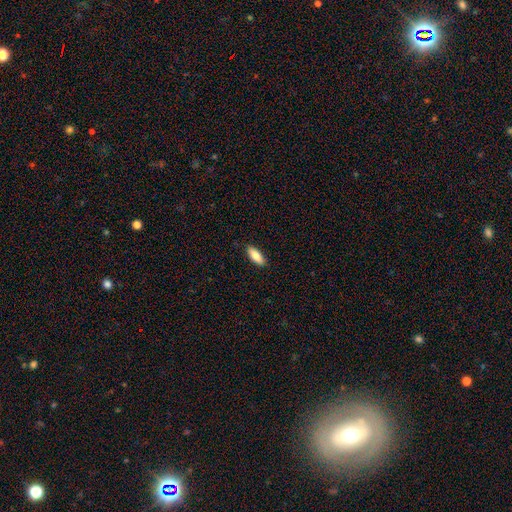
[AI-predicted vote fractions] Smooth or featured? Predicted: smooth (p=0.82). How rounded? Predicted: in between (p=0.73). Merging? Predicted: none (p=0.89).